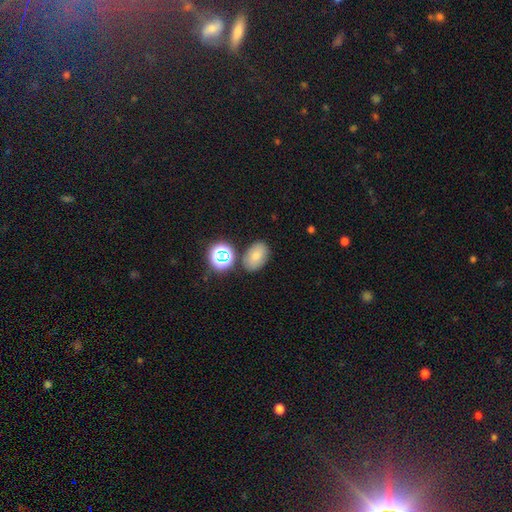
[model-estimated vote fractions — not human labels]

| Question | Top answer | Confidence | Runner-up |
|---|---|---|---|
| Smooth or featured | smooth | 74% | star or artifact (16%) |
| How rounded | in between | 82% | round (17%) |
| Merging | none | 77% | minor disturbance (12%) |